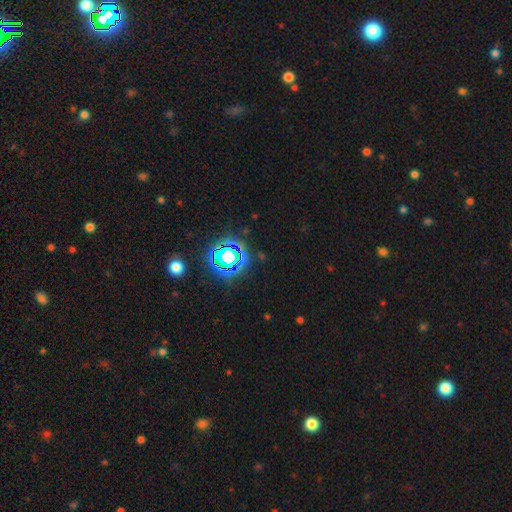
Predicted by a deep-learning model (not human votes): Smooth or featured: star or artifact — 76% (smooth — 17%)